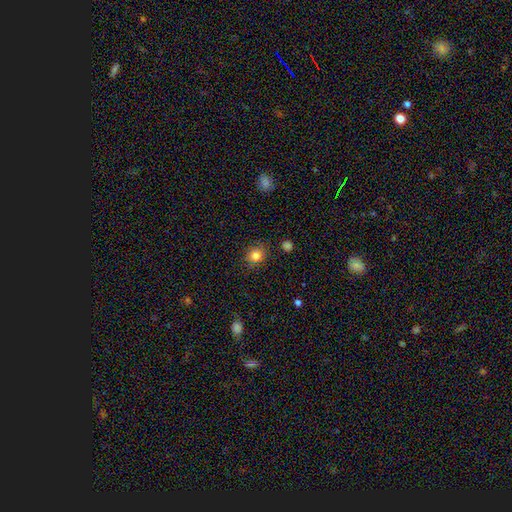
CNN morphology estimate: This is clearly a smooth galaxy (83%). How rounded: likely round (78%). Merging: clearly none (86%).